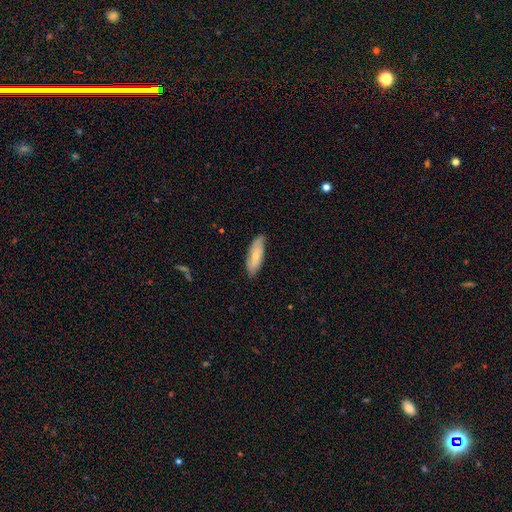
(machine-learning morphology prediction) smooth-or-featured: smooth: 69% | featured or disk: 26% | star or artifact: 6%
  how-rounded: in between: 60% | cigar-shaped: 38% | round: 2%
  merging: none: 80% | minor disturbance: 17% | major disturbance: 2% | merger: 1%